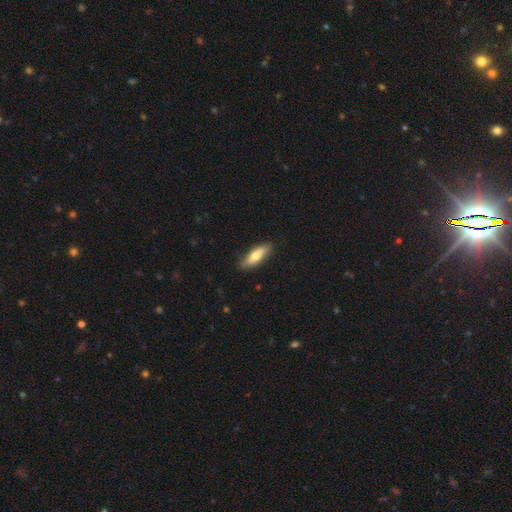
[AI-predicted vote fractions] This is likely a smooth galaxy (66%). How rounded: possibly in between (50%). Merging: clearly none (85%).